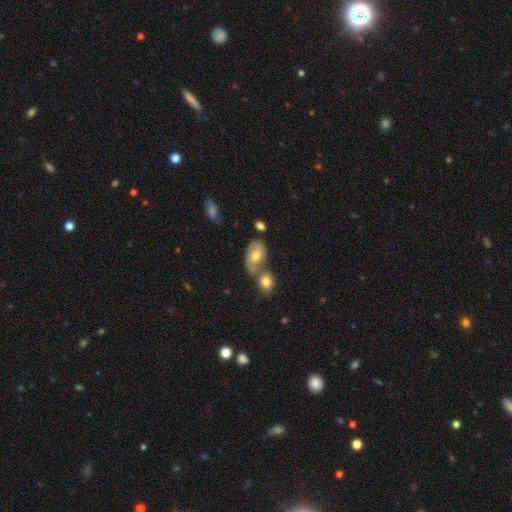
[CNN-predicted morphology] This is likely a smooth galaxy (64%). How rounded: clearly in between (90%). Merging: marginally merger (44%).